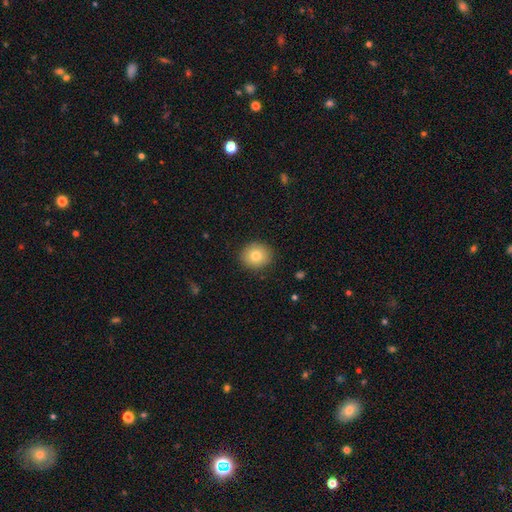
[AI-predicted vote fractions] A smooth galaxy with no disk features (79%) that is round (83%). Merging: none (89%).